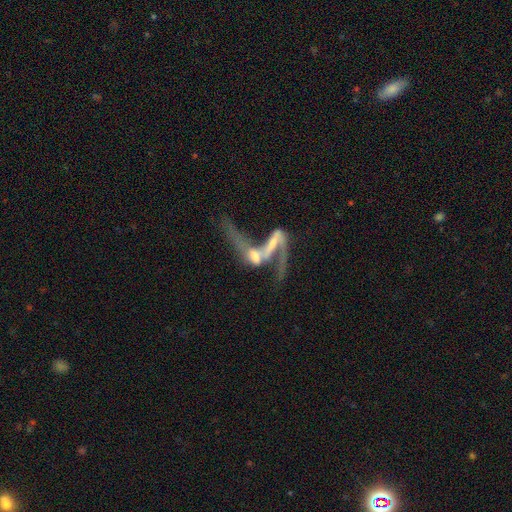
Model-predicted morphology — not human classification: The model was most divided on "bulge size": small: 38%, none: 30%, moderate: 25%, large: 5%, dominant: 2%. More confident: edge-on disk — no (81%); smooth or featured — featured or disk (74%); spiral arms — yes (65%); merging — merger (61%); bar — no (50%).